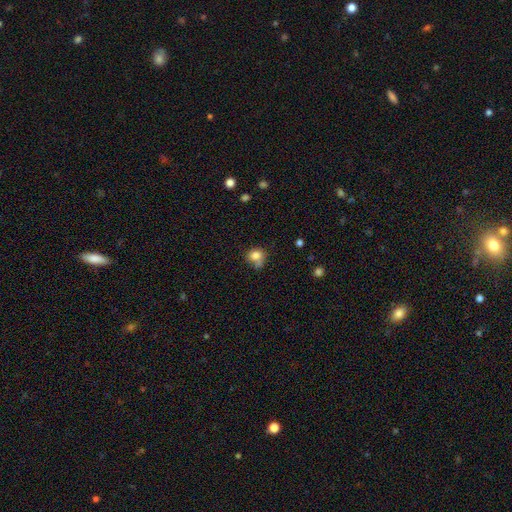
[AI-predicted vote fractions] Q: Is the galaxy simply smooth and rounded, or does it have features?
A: smooth — 80%.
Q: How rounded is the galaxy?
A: round — 74%.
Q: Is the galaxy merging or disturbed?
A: none — 49%.